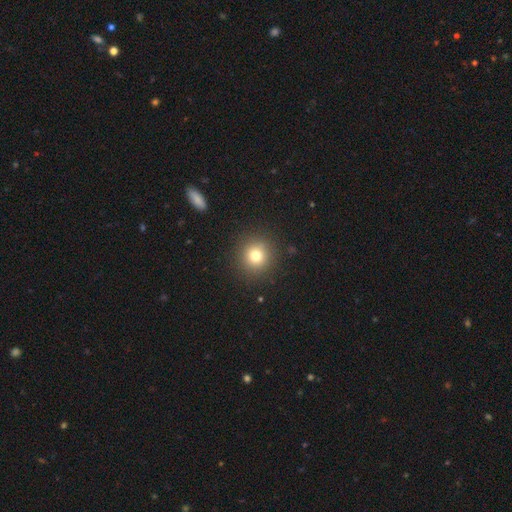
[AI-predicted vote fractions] Smooth or featured? Predicted: smooth (p=0.77). How rounded? Predicted: round (p=0.94). Merging? Predicted: none (p=0.90).